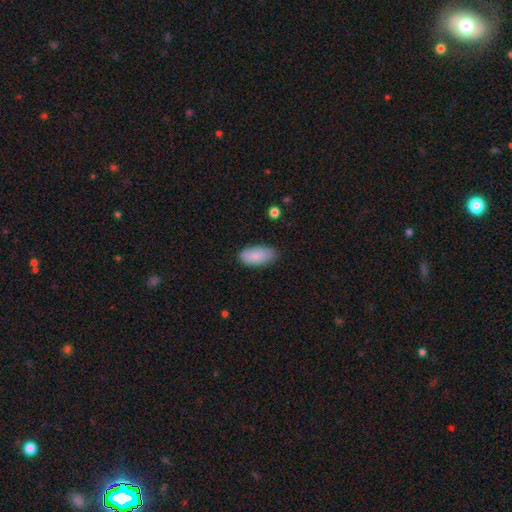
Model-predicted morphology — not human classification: Smooth or featured? smooth (87%)
How rounded? in between (92%)
Merging? none (81%)